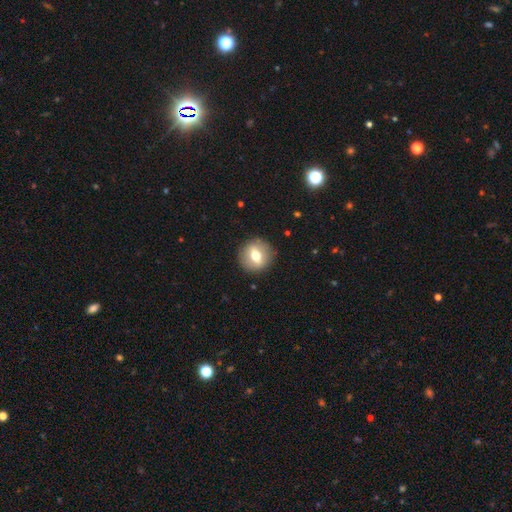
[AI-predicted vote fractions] Morphology: type=smooth (52%); roundness=round (84%); merging=none (89%).